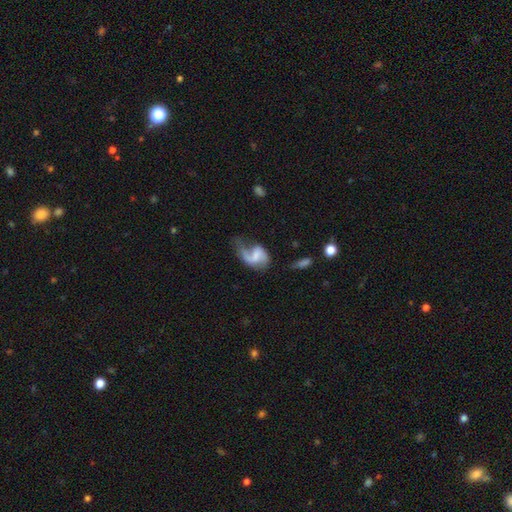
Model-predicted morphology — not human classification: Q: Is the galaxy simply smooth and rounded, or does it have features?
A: featured or disk — 65%.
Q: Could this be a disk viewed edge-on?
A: no — 97%.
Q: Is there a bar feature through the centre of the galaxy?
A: weak — 45%.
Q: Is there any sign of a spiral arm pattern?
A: yes — 83%.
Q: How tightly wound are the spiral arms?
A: loose — 64%.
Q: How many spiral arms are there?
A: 2 — 48%.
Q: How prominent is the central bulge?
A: none — 42%.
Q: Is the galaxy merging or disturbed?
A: major disturbance — 43%.